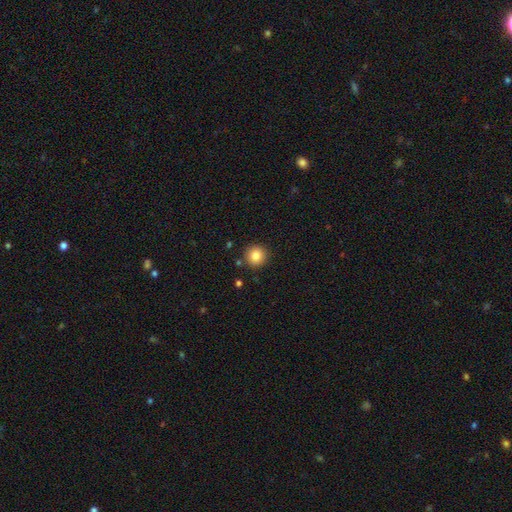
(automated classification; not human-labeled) Smooth or featured: smooth — 84% (star or artifact — 10%)
How rounded: round — 94% (in between — 6%)
Merging: none — 89% (minor disturbance — 7%)